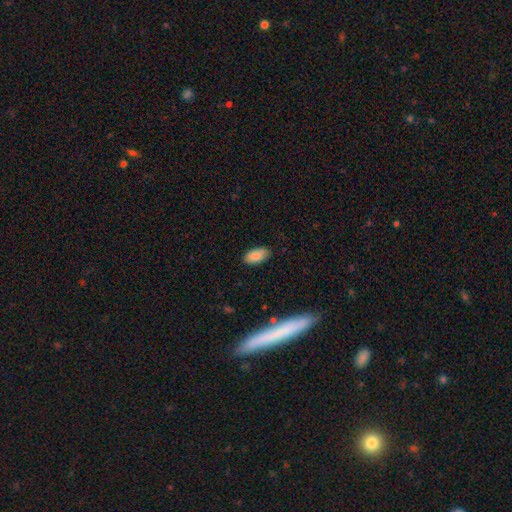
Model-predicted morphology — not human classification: smooth_or_featured: smooth (p=0.86) [alt: star or artifact p=0.08]
how_rounded: in between (p=0.93) [alt: cigar-shaped p=0.04]
merging: none (p=0.86) [alt: minor disturbance p=0.11]